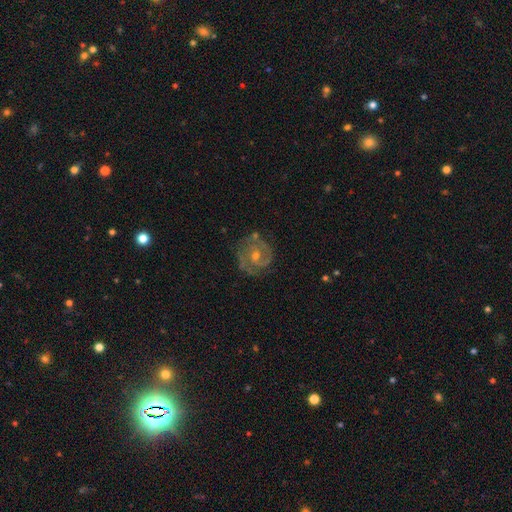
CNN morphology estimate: Smooth or featured?
  - featured or disk: 85% *
  - smooth: 8%
  - star or artifact: 7%
Edge-on disk?
  - no: 98% *
  - yes: 2%
Bar?
  - no: 58% *
  - weak: 34%
  - strong: 7%
Spiral arms?
  - yes: 95% *
  - no: 5%
Spiral winding?
  - tight: 59% *
  - medium: 34%
  - loose: 7%
Spiral arm count?
  - 2: 61% *
  - 3: 14%
  - can't tell: 14%
  - 1: 4%
  - 4: 3%
  - more than 4: 3%
Bulge size?
  - moderate: 49% *
  - small: 47%
  - none: 2%
  - large: 1%
  - dominant: 1%
Merging?
  - none: 78% *
  - minor disturbance: 15%
  - major disturbance: 5%
  - merger: 2%